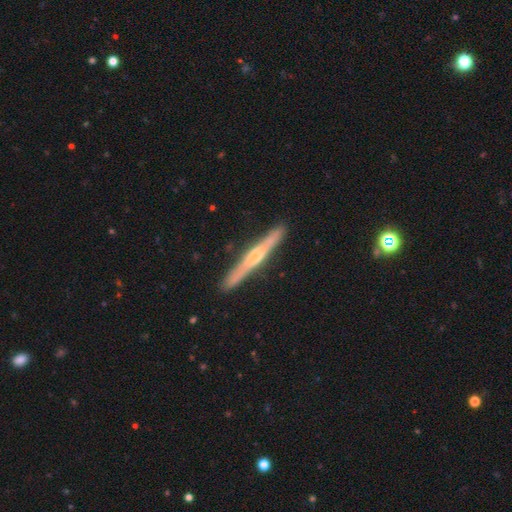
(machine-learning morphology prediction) This appears to be a featured or disk galaxy (69%) viewed edge-on (97%) with a rounded central bulge (63%). Merging: none (89%).